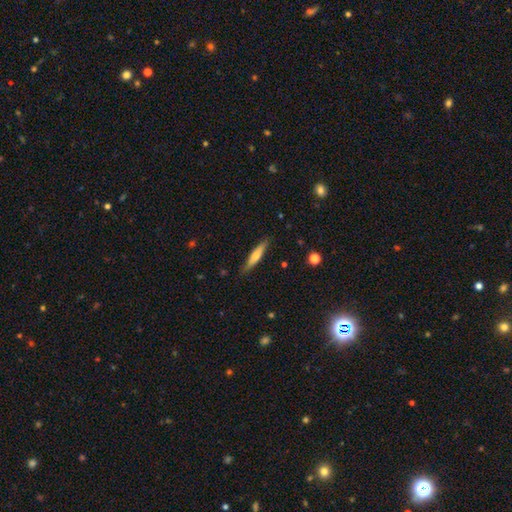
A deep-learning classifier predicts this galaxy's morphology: A smooth galaxy with no disk features (59%) that is cigar-shaped (88%). Merging: none (85%).